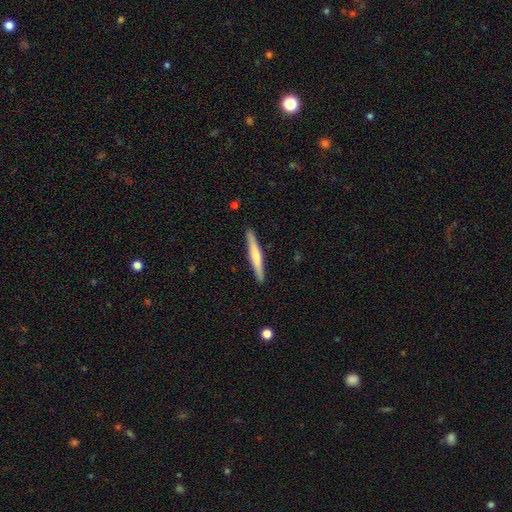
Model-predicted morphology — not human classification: Q: Smooth or featured?
A: smooth (52%); runner-up: featured or disk (43%)
Q: How rounded?
A: cigar-shaped (96%); runner-up: in between (3%)
Q: Merging?
A: none (91%); runner-up: minor disturbance (6%)